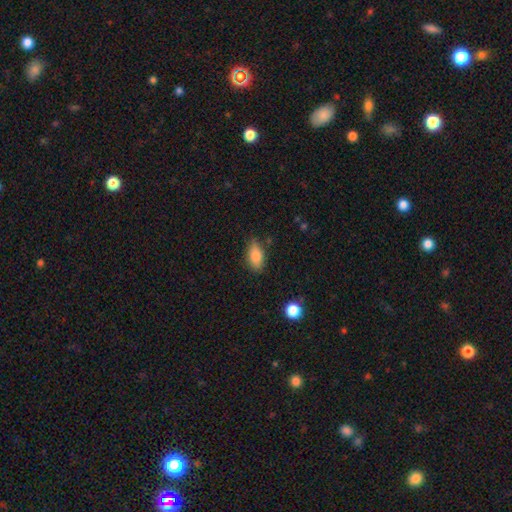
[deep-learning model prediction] Smooth or featured?
  - smooth: 84% *
  - featured or disk: 8%
  - star or artifact: 8%
How rounded?
  - in between: 88% *
  - cigar-shaped: 8%
  - round: 4%
Merging?
  - none: 78% *
  - minor disturbance: 17%
  - major disturbance: 3%
  - merger: 2%